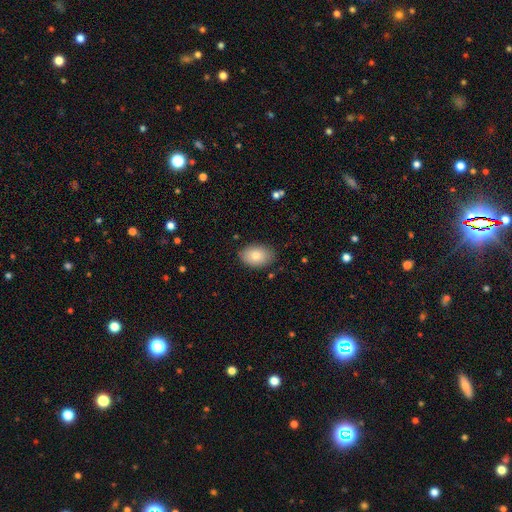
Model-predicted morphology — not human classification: Q: Smooth or featured?
A: smooth (81%); runner-up: featured or disk (11%)
Q: How rounded?
A: in between (84%); runner-up: round (15%)
Q: Merging?
A: none (85%); runner-up: minor disturbance (11%)